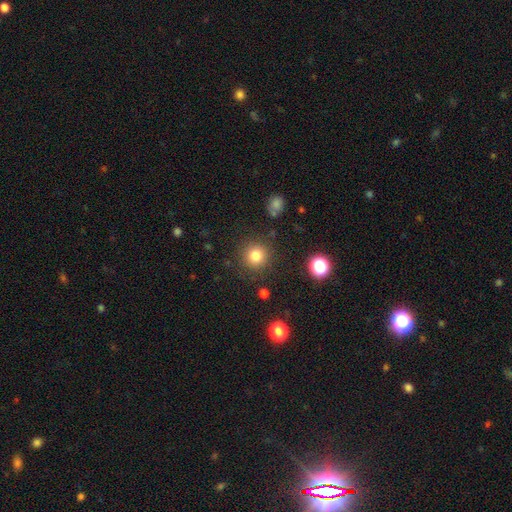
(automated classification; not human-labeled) A smooth galaxy with no disk features (81%) that is round (94%). Merging: none (88%).